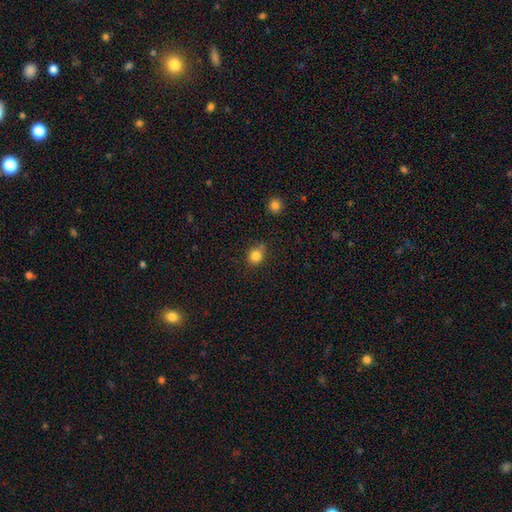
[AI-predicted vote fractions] The model was most divided on "merging": none: 70%, minor disturbance: 20%, merger: 6%, major disturbance: 4%. More confident: smooth or featured — smooth (83%); how rounded — round (80%).